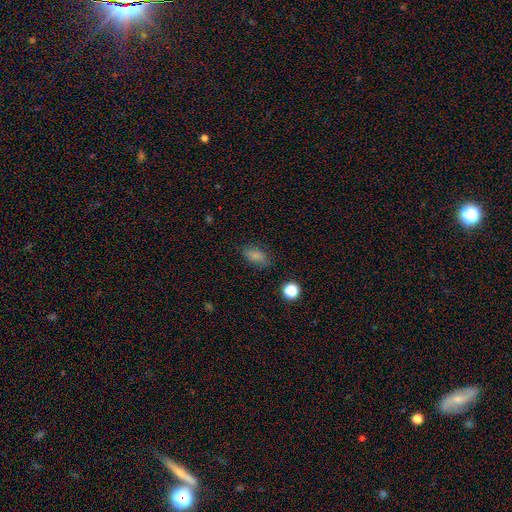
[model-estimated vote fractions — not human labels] Smooth or featured: smooth — 81% (star or artifact — 12%)
How rounded: in between — 86% (round — 9%)
Merging: none — 77% (minor disturbance — 16%)